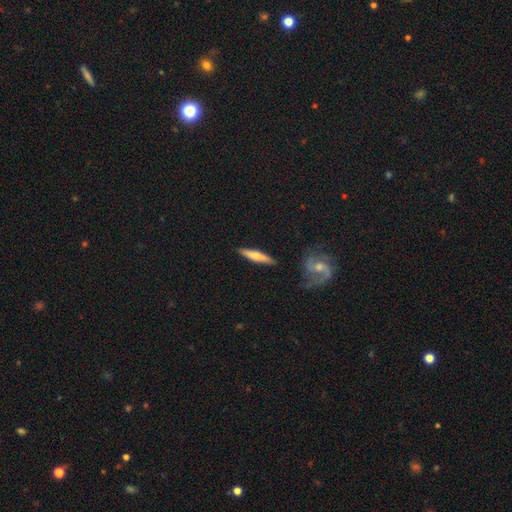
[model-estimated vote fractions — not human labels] This appears to be a smooth galaxy with no disk features (56%) that is cigar-shaped (88%). Merging: none (87%).